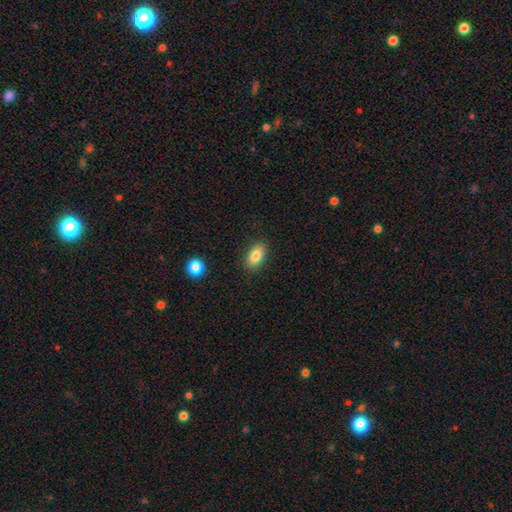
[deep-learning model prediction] Q: Smooth or featured?
A: smooth (84%); runner-up: star or artifact (8%)
Q: How rounded?
A: in between (90%); runner-up: round (7%)
Q: Merging?
A: none (87%); runner-up: minor disturbance (9%)